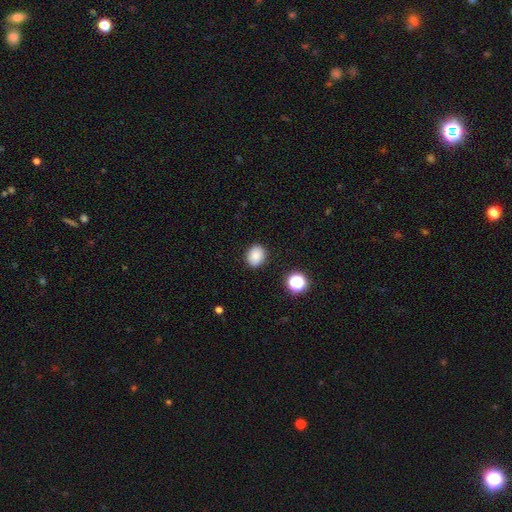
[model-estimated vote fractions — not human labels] Smooth or featured? smooth (85%)
How rounded? round (52%)
Merging? none (87%)